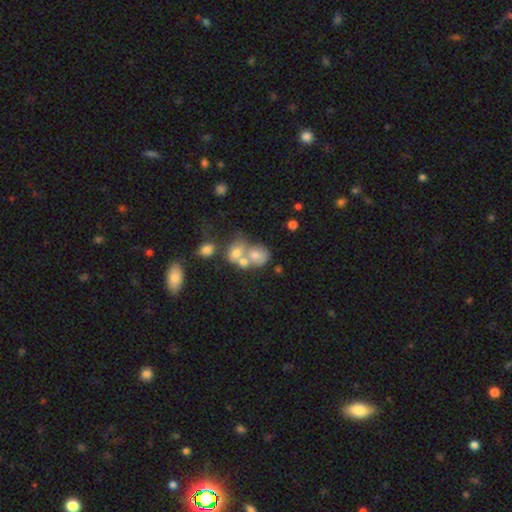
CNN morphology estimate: smooth-or-featured: smooth: 55% | featured or disk: 32% | star or artifact: 13%
  how-rounded: round: 55% | in between: 44% | cigar-shaped: 1%
  merging: merger: 65% | none: 20% | minor disturbance: 8% | major disturbance: 7%